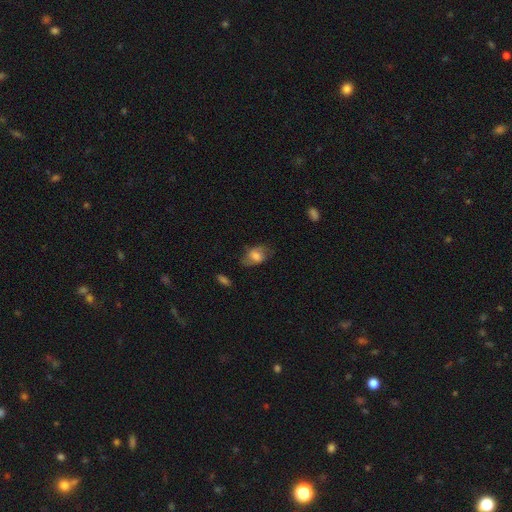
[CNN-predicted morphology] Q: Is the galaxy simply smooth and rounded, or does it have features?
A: smooth — 63%.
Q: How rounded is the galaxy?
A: in between — 83%.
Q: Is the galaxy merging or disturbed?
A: none — 63%.